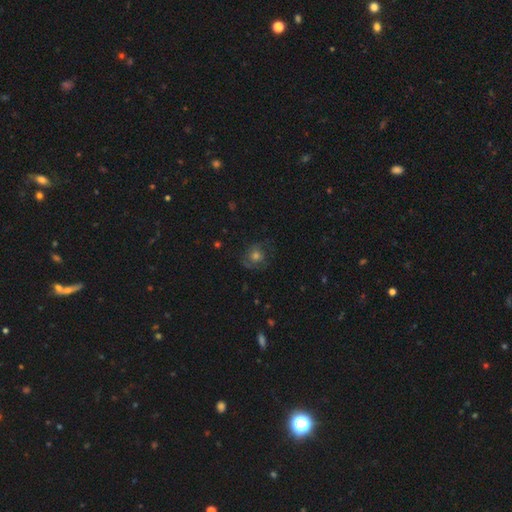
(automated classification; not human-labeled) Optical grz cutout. It shows a featured or disk galaxy (47%). Merging: none (72%).